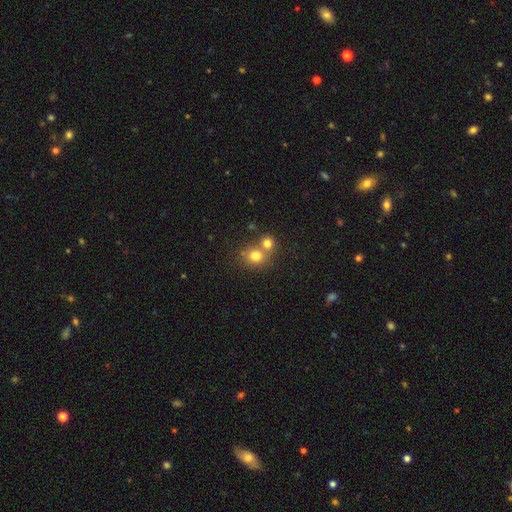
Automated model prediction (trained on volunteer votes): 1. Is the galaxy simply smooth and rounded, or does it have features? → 77% smooth, 13% star or artifact, 10% featured or disk.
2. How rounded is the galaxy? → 80% round, 19% in between, 1% cigar-shaped.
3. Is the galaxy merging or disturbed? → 47% merger, 44% none, 6% minor disturbance, 3% major disturbance.